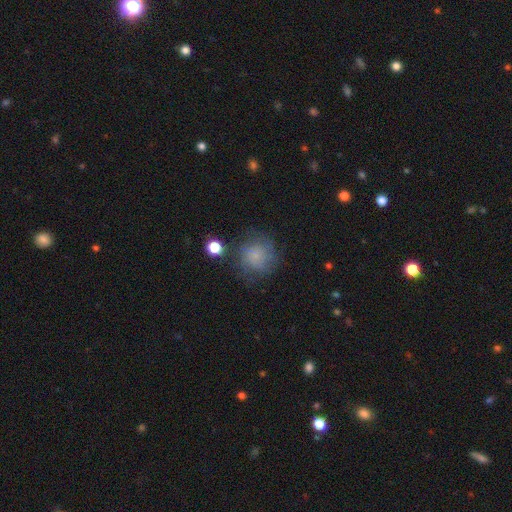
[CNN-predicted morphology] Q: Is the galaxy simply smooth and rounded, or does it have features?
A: smooth — 68%.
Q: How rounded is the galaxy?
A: round — 89%.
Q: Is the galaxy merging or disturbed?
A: none — 65%.